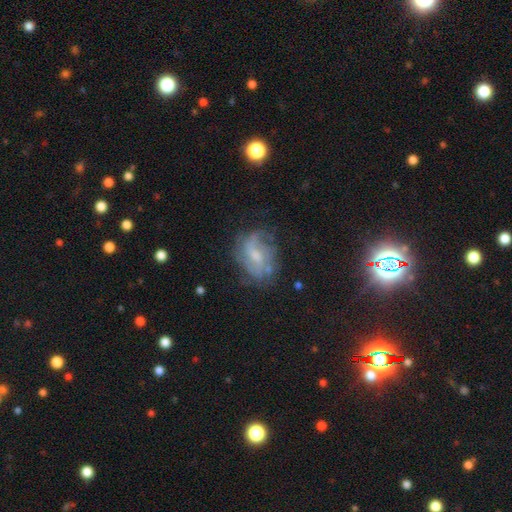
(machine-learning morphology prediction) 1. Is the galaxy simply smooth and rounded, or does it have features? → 68% featured or disk, 21% smooth, 11% star or artifact.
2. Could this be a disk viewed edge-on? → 96% no, 4% yes.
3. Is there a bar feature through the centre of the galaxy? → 48% weak, 42% no, 10% strong.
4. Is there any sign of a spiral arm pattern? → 81% yes, 19% no.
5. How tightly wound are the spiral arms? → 40% medium, 33% loose, 27% tight.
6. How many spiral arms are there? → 37% can't tell, 34% 2, 13% 3, 8% 1, 5% 4, 4% more than 4.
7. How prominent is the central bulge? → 43% small, 40% moderate, 13% none, 3% large, 1% dominant.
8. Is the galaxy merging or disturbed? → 58% none, 23% minor disturbance, 15% major disturbance, 3% merger.